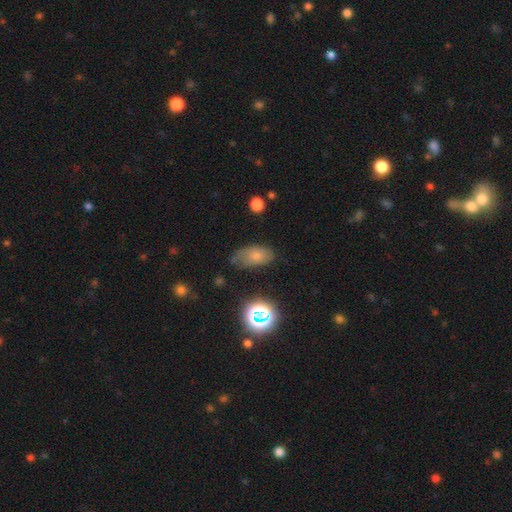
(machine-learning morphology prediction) Smooth or featured? Predicted: smooth (p=0.69). How rounded? Predicted: in between (p=0.90). Merging? Predicted: none (p=0.58).